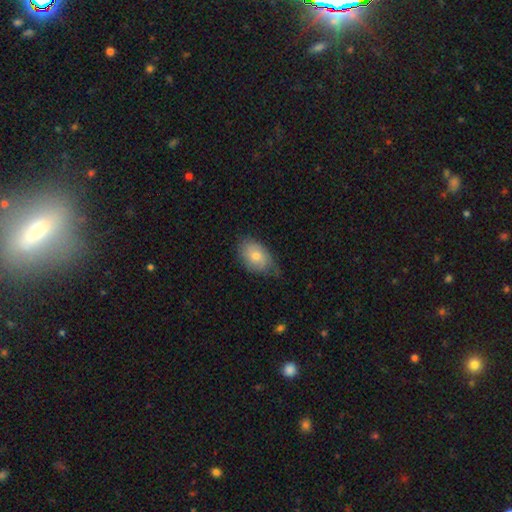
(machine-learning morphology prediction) This is likely a smooth galaxy (71%). How rounded: clearly in between (87%). Merging: likely none (62%).